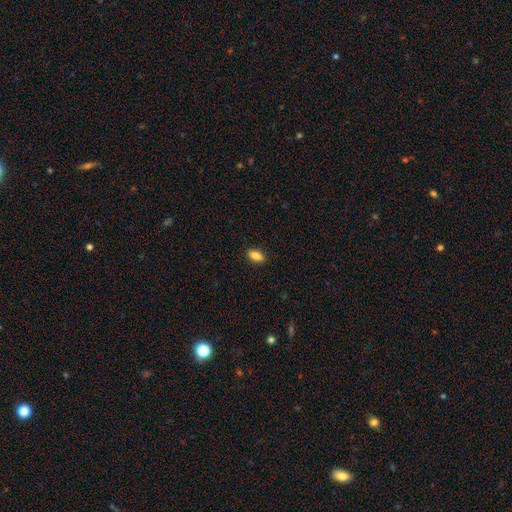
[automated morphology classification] Smooth or featured? smooth (87%)
How rounded? in between (88%)
Merging? none (89%)